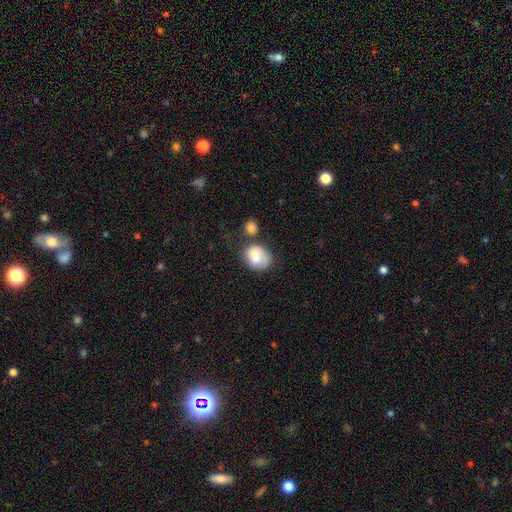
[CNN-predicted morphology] A smooth galaxy with no disk features (73%) that is in between round and cigar-shaped (50%).

Vote fractions:
- Smooth or featured? smooth: 73% / featured or disk: 19% / star or artifact: 8%
- How rounded? in between: 50% / round: 49% / cigar-shaped: 1%
- Merging? none: 39% / minor disturbance: 24% / merger: 22% / major disturbance: 15%